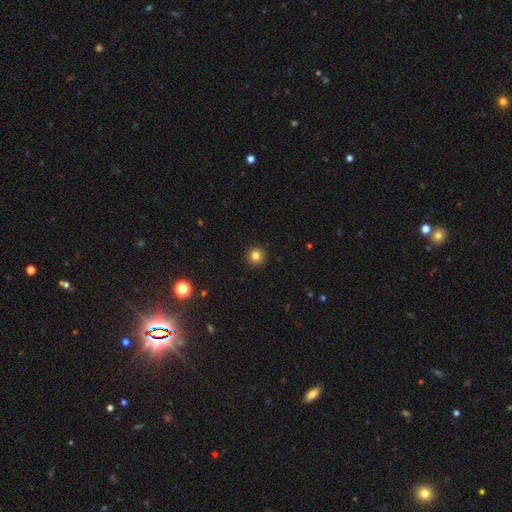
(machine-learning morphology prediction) A smooth galaxy with no disk features (82%) that is round (96%).

Vote fractions:
- Smooth or featured? smooth: 82% / star or artifact: 12% / featured or disk: 6%
- How rounded? round: 96% / in between: 3% / cigar-shaped: 1%
- Merging? none: 93% / minor disturbance: 4% / major disturbance: 1% / merger: 1%